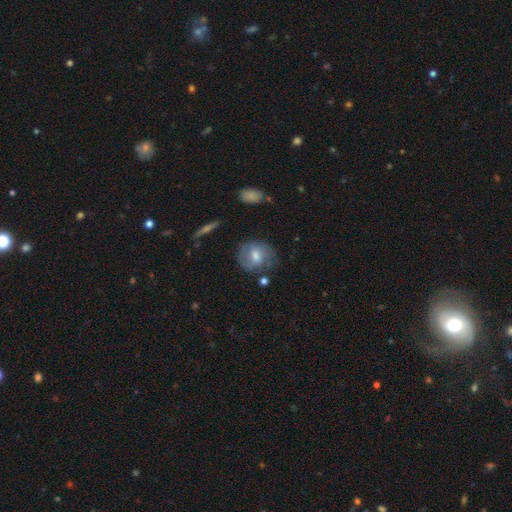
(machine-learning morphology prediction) smooth 53%, featured or disk 39%, star or artifact 8%. Down the decision tree: how rounded — round (63%); merging — none (65%).